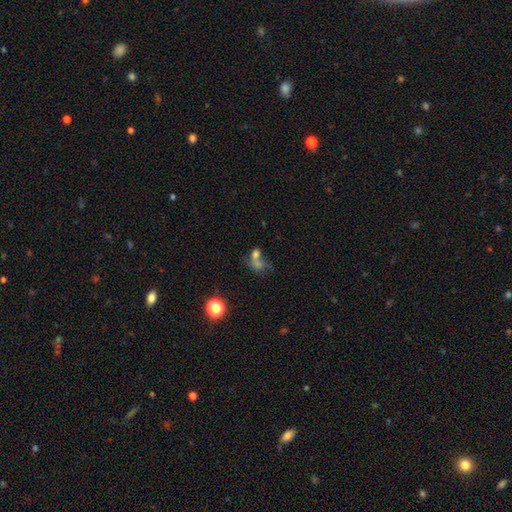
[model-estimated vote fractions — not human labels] A smooth galaxy with no disk features (60%) that is in between round and cigar-shaped (55%).

Vote fractions:
- Smooth or featured? smooth: 60% / star or artifact: 21% / featured or disk: 19%
- How rounded? in between: 55% / round: 42% / cigar-shaped: 3%
- Merging? merger: 51% / none: 24% / major disturbance: 15% / minor disturbance: 10%